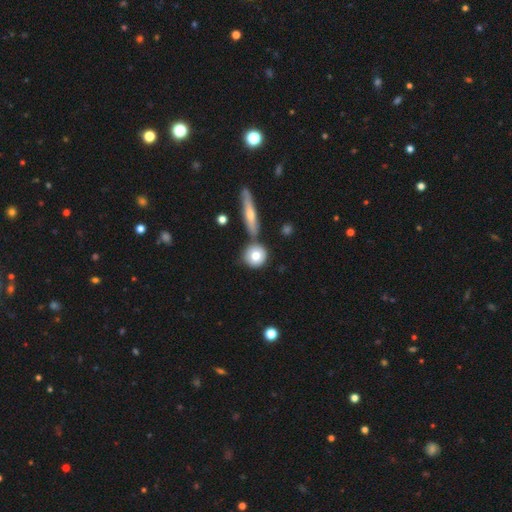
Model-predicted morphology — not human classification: A smooth galaxy with no disk features (71%) that is round (84%).

Vote fractions:
- Smooth or featured? smooth: 71% / featured or disk: 22% / star or artifact: 7%
- How rounded? round: 84% / in between: 13% / cigar-shaped: 4%
- Merging? none: 73% / merger: 14% / minor disturbance: 10% / major disturbance: 3%